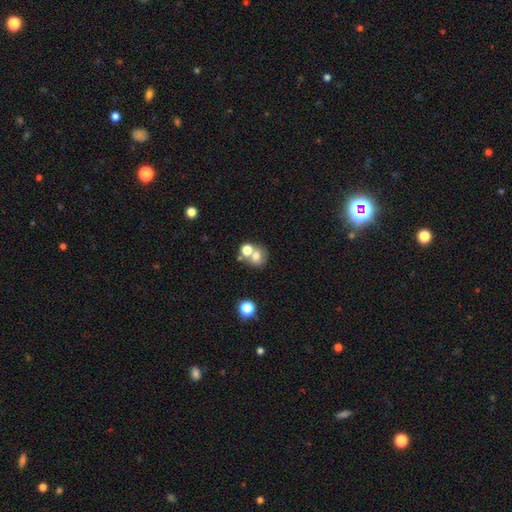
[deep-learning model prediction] Overall: smooth (69%). How rounded: round (69%; in between 30%). Merging: none (44%; merger 43%).